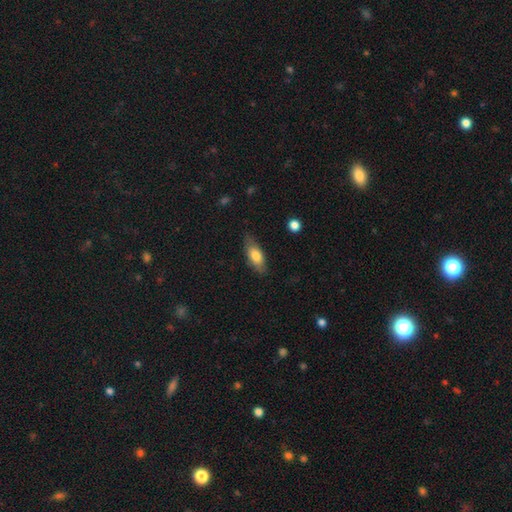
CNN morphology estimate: Q: Smooth or featured?
A: smooth (73%); runner-up: featured or disk (21%)
Q: How rounded?
A: in between (79%); runner-up: cigar-shaped (18%)
Q: Merging?
A: none (77%); runner-up: minor disturbance (19%)